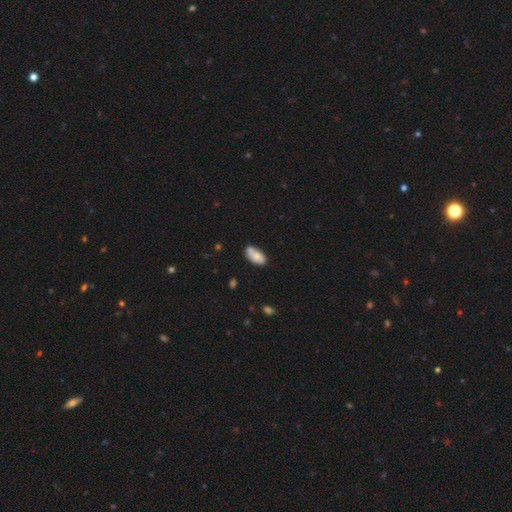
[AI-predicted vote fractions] smooth-or-featured: smooth: 78% | featured or disk: 15% | star or artifact: 7%
  how-rounded: in between: 90% | cigar-shaped: 7% | round: 3%
  merging: none: 59% | minor disturbance: 23% | merger: 12% | major disturbance: 5%